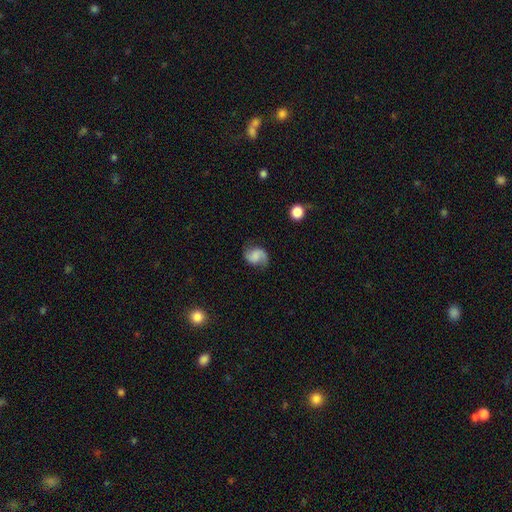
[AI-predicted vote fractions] smooth-or-featured: featured or disk: 64% | smooth: 28% | star or artifact: 9%
  disk-edge-on: no: 98% | yes: 2%
    bar: no: 49% | weak: 40% | strong: 11%
    has-spiral-arms: yes: 94% | no: 6%
      spiral-winding: loose: 47% | medium: 40% | tight: 13%
      spiral-arm-count: 2: 86% | 1: 8% | can't tell: 3% | 3: 1% | 4: 1% | more than 4: 1%
    bulge-size: none: 50% | small: 20% | moderate: 16% | large: 10% | dominant: 3%
  merging: none: 72% | minor disturbance: 19% | major disturbance: 8% | merger: 2%